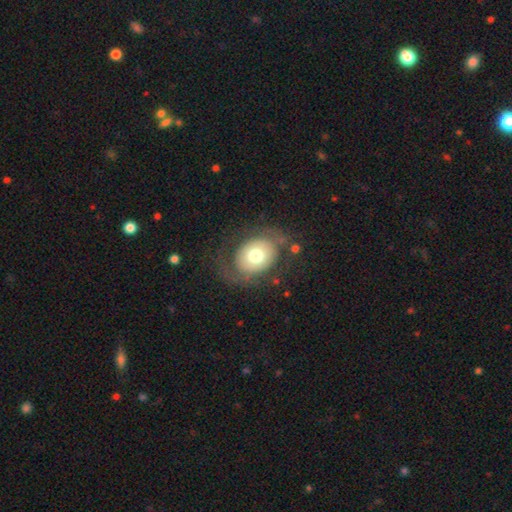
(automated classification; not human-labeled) Smooth or featured? Predicted: smooth (p=0.56). How rounded? Predicted: in between (p=0.55). Merging? Predicted: none (p=0.65).